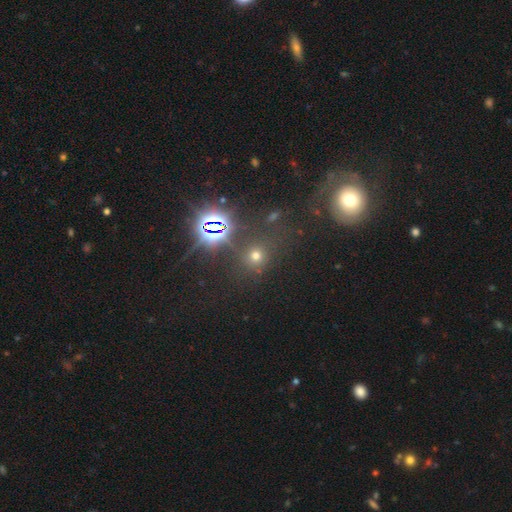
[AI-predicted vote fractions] smooth 51%, star or artifact 40%, featured or disk 9%. Down the decision tree: how rounded — round (88%); merging — none (80%).